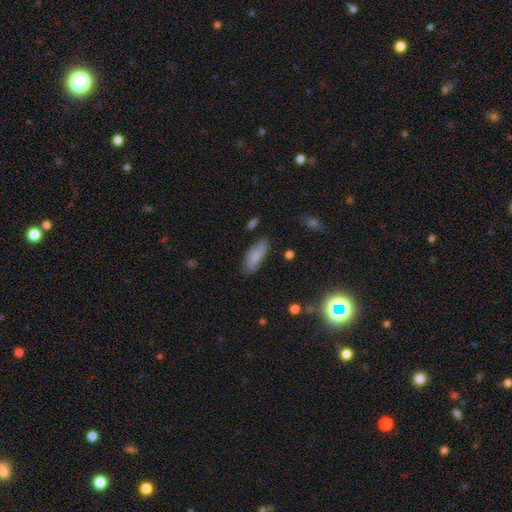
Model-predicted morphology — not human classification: Overall: smooth (79%). How rounded: in between (72%). Merging: none (75%).